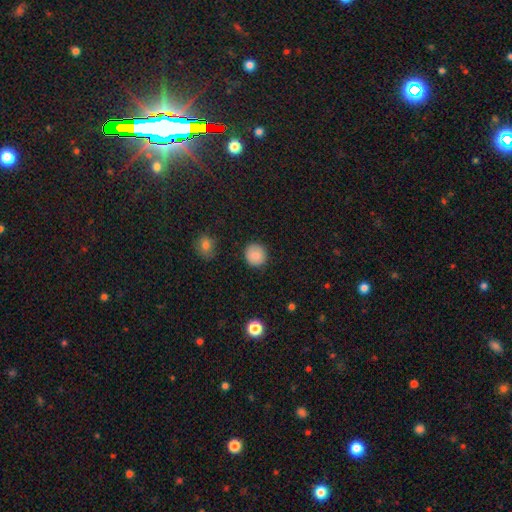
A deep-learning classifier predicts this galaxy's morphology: This is clearly a smooth galaxy (86%). How rounded: clearly round (91%). Merging: clearly none (89%).